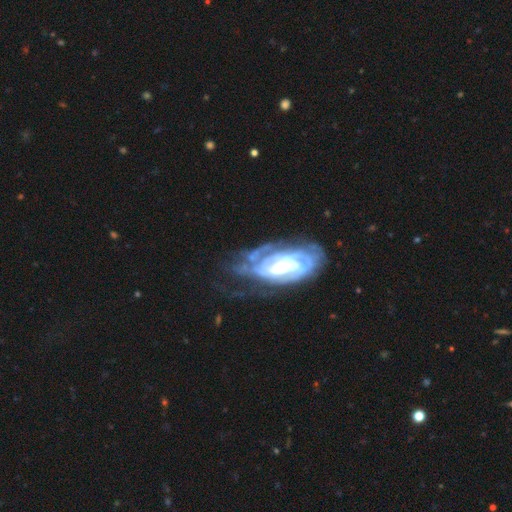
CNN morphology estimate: A featured or disk galaxy (82%) with a weak bar (37%), tight (65%) spiral arms (86%) and a moderate central bulge (49%).

Vote fractions:
- Smooth or featured? featured or disk: 82% / smooth: 10% / star or artifact: 7%
- Edge-on disk? no: 92% / yes: 8%
- Bar? weak: 37% / no: 33% / strong: 30%
- Spiral arms? yes: 86% / no: 14%
- Spiral winding? tight: 65% / medium: 27% / loose: 8%
- Spiral arm count? can't tell: 51% / 2: 20% / 3: 12% / 4: 7% / 1: 5% / more than 4: 5%
- Bulge size? moderate: 49% / large: 22% / small: 21% / none: 6% / dominant: 2%
- Merging? none: 47% / minor disturbance: 26% / major disturbance: 24% / merger: 3%